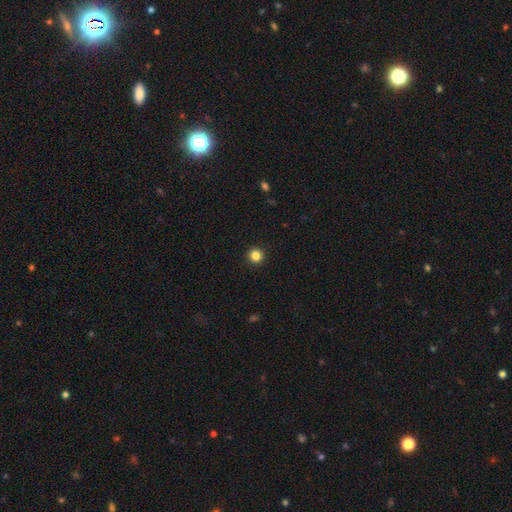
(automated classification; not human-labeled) Smooth or featured: smooth — 84% (star or artifact — 12%)
How rounded: round — 95% (in between — 4%)
Merging: none — 94% (minor disturbance — 4%)